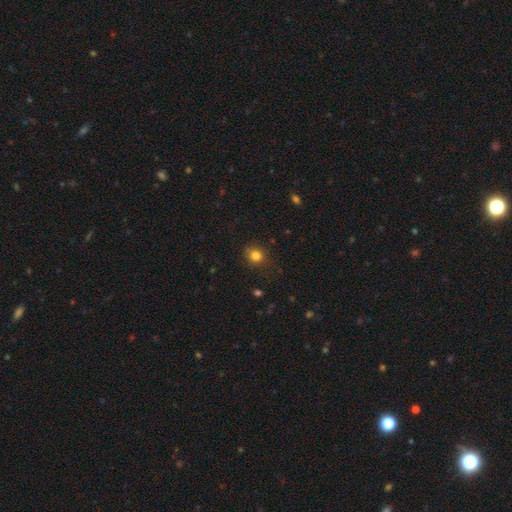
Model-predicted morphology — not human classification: A smooth galaxy with no disk features (81%) that is round (81%).

Vote fractions:
- Smooth or featured? smooth: 81% / star or artifact: 13% / featured or disk: 6%
- How rounded? round: 81% / in between: 18% / cigar-shaped: 1%
- Merging? none: 79% / minor disturbance: 15% / major disturbance: 4% / merger: 2%